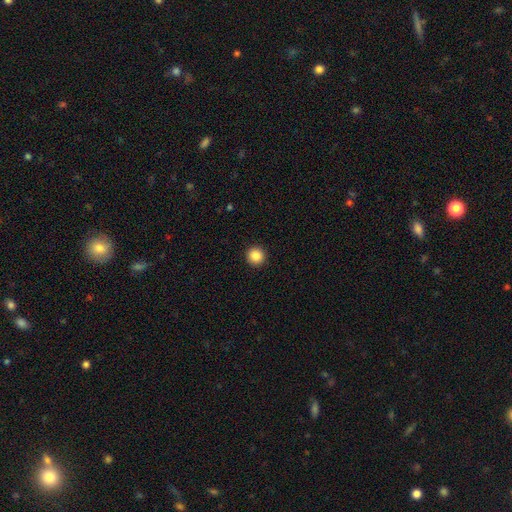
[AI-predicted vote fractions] This is clearly a smooth galaxy (88%). How rounded: clearly round (95%). Merging: clearly none (93%).